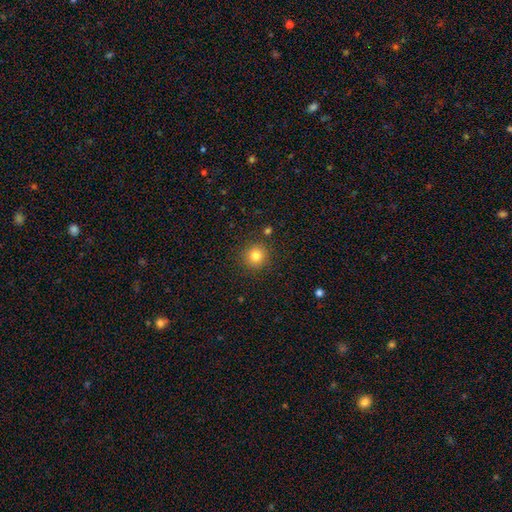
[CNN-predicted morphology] A smooth galaxy with no disk features (82%) that is round (93%). Merging: none (88%).